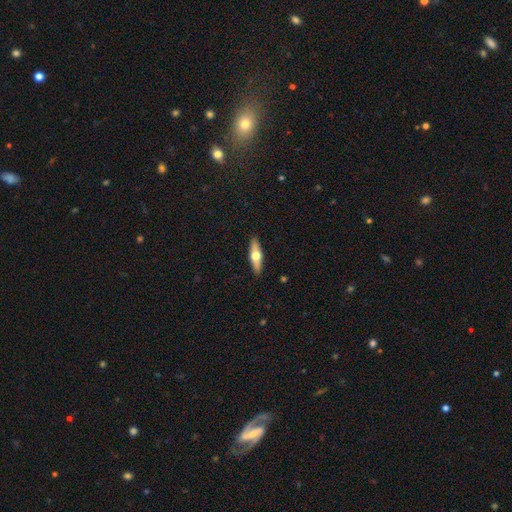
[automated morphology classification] Smooth or featured? Predicted: smooth (p=0.48). Merging? Predicted: none (p=0.90).